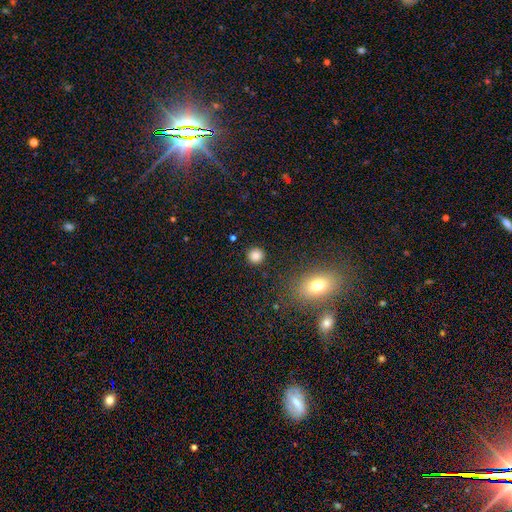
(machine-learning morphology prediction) smooth-or-featured: smooth: 83% | star or artifact: 12% | featured or disk: 5%
  how-rounded: round: 93% | in between: 6% | cigar-shaped: 1%
  merging: none: 91% | minor disturbance: 5% | major disturbance: 2% | merger: 2%